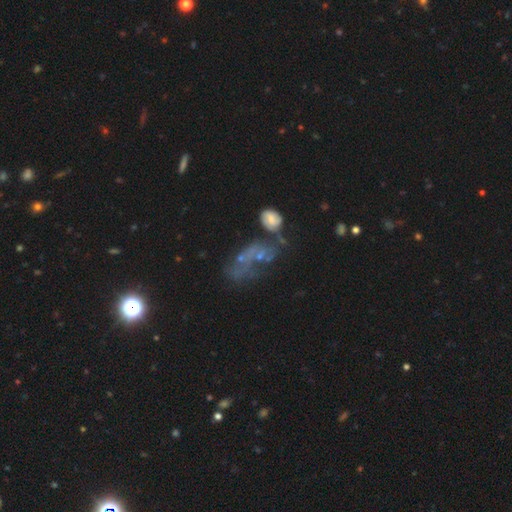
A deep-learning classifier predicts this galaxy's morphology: smooth_or_featured: featured or disk (p=0.41) [alt: star or artifact p=0.30]
merging: major disturbance (p=0.29) [tied with: merger p=0.29]